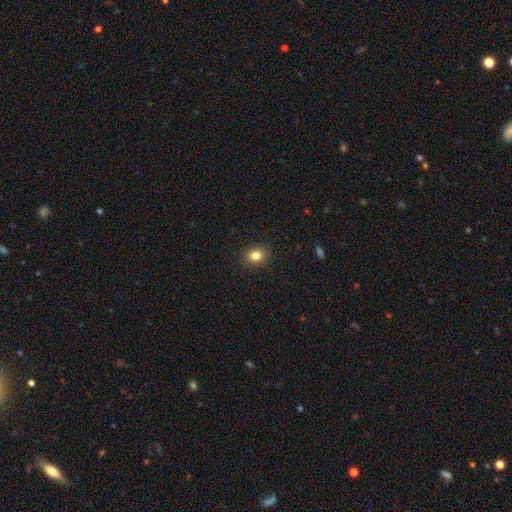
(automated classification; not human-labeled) Smooth or featured?
  - smooth: 82% *
  - star or artifact: 12%
  - featured or disk: 6%
How rounded?
  - round: 60% *
  - in between: 39%
  - cigar-shaped: 1%
Merging?
  - none: 90% *
  - minor disturbance: 7%
  - major disturbance: 2%
  - merger: 1%